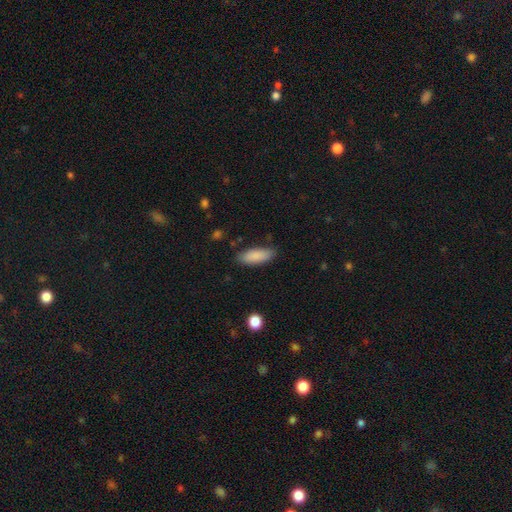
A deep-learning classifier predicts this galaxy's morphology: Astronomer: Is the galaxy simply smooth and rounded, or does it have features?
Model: smooth — 88%.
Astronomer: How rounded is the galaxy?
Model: in between — 69%.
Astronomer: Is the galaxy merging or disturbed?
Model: none — 83%.